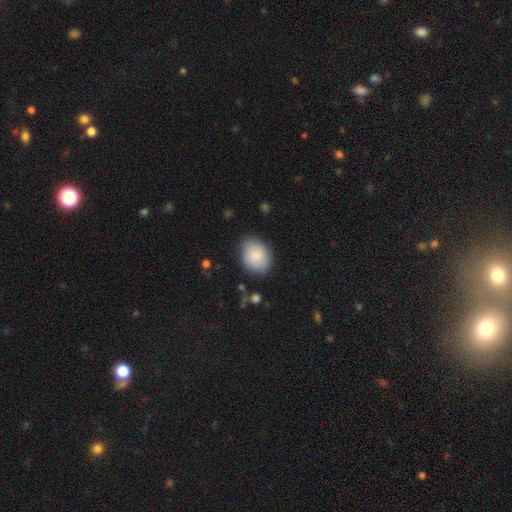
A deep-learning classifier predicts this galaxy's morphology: Smooth or featured: smooth — 87% (featured or disk — 7%)
How rounded: in between — 58% (round — 41%)
Merging: none — 77% (minor disturbance — 17%)